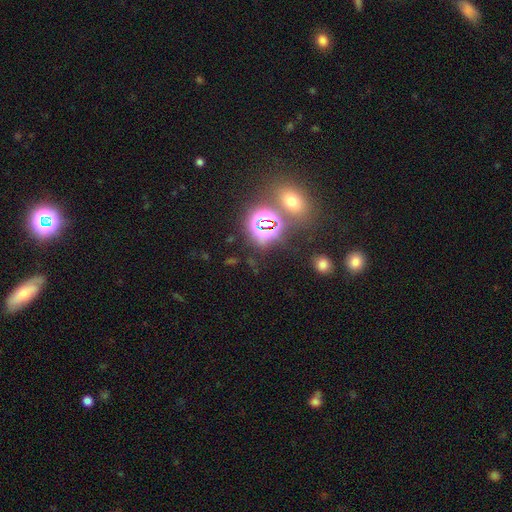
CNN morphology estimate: A star or artifact, not a galaxy (72%).

Vote fractions:
- Smooth or featured? star or artifact: 72% / smooth: 19% / featured or disk: 9%